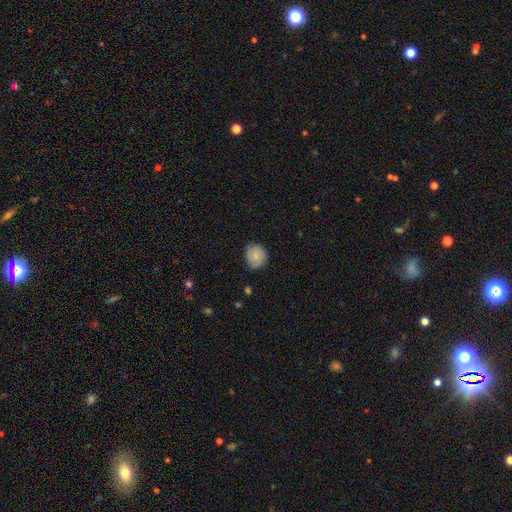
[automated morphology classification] This is likely a smooth galaxy (73%). How rounded: likely round (77%). Merging: likely none (73%).